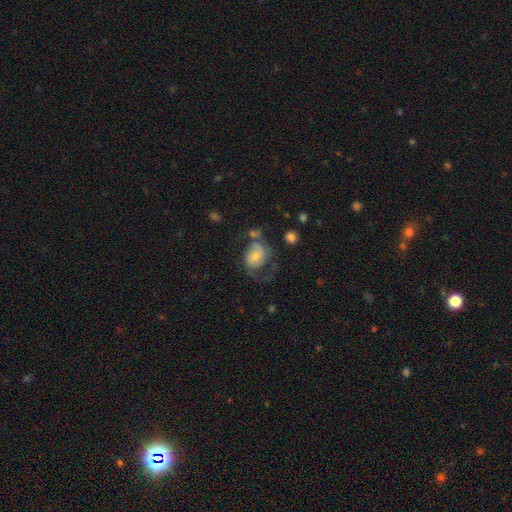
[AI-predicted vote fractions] featured or disk 57%, smooth 35%, star or artifact 8%. Down the decision tree: edge-on disk — no (97%); bar — no (60%); spiral arms — yes (81%); bulge size — moderate (48%); merging — major disturbance (35%, tied with none).